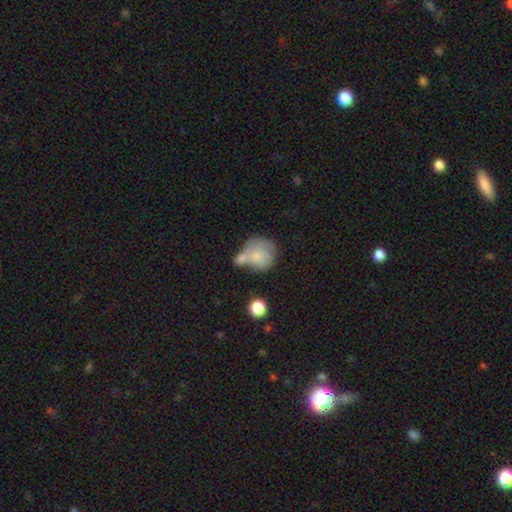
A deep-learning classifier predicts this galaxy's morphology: This is likely a smooth galaxy (70%). How rounded: clearly round (80%). Merging: marginally merger (39%).